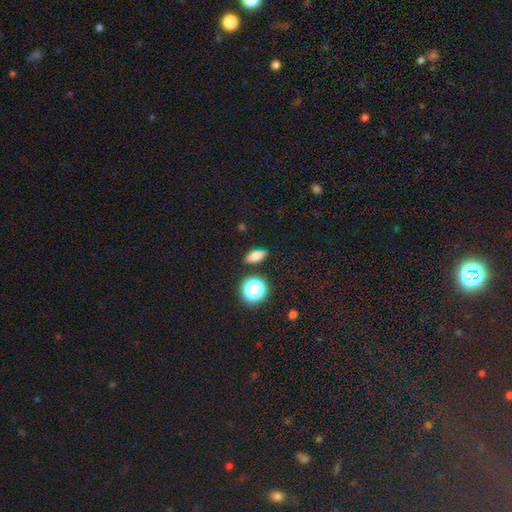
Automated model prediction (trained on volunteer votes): Smooth or featured? Predicted: smooth (p=0.70). How rounded? Predicted: in between (p=0.71). Merging? Predicted: none (p=0.86).